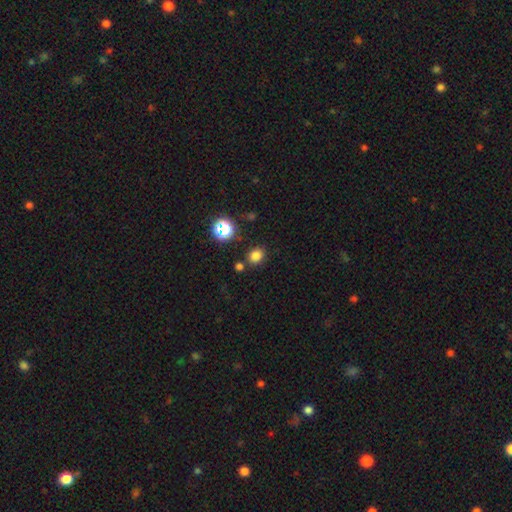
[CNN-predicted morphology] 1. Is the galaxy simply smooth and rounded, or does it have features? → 77% smooth, 18% star or artifact, 5% featured or disk.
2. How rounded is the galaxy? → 64% round, 35% in between, 1% cigar-shaped.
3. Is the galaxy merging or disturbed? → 80% none, 10% minor disturbance, 7% merger, 3% major disturbance.